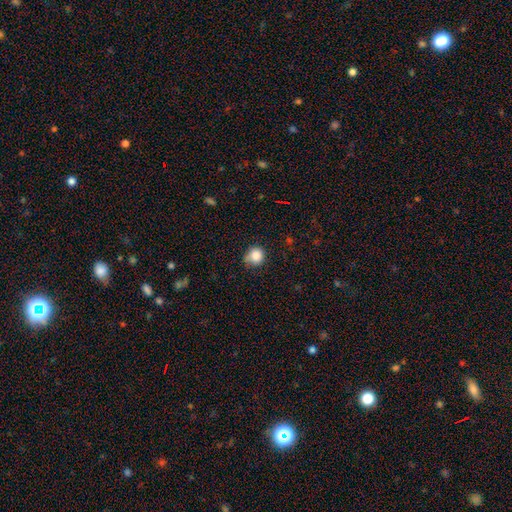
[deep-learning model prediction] smooth-or-featured: smooth: 85% | star or artifact: 10% | featured or disk: 5%
  how-rounded: round: 87% | in between: 12% | cigar-shaped: 1%
  merging: none: 61% | minor disturbance: 28% | major disturbance: 7% | merger: 4%